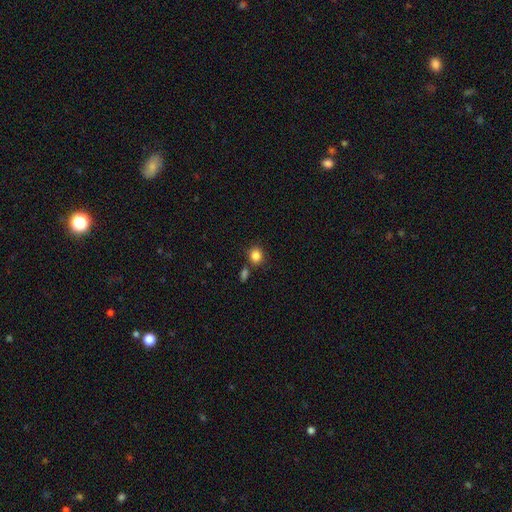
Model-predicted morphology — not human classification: The model was most divided on "how rounded": round: 73%, in between: 26%, cigar-shaped: 1%. More confident: smooth or featured — smooth (86%); merging — none (75%).